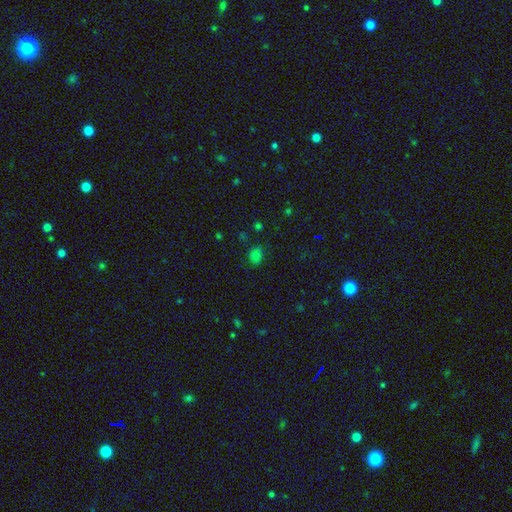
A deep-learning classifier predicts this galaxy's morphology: A smooth galaxy with no disk features (74%) that is in between round and cigar-shaped (54%).

Vote fractions:
- Smooth or featured? smooth: 74% / star or artifact: 21% / featured or disk: 5%
- How rounded? in between: 54% / round: 44% / cigar-shaped: 1%
- Merging? none: 76% / minor disturbance: 17% / major disturbance: 4% / merger: 2%